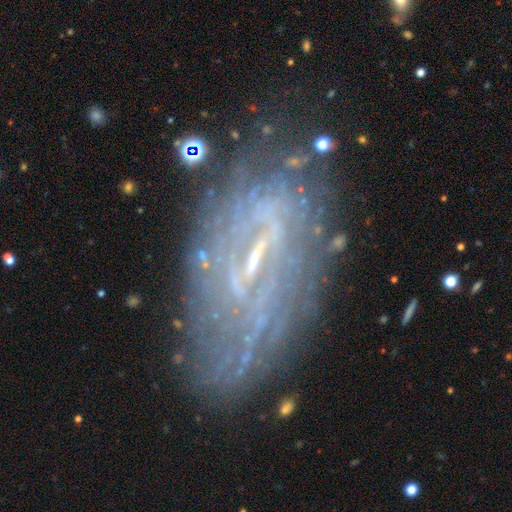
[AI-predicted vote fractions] smooth_or_featured: featured or disk (p=0.67) [alt: smooth p=0.19]
disk_edge_on: no (p=0.86) [alt: yes p=0.14]
bar: weak (p=0.40) [alt: strong p=0.31]
has_spiral_arms: yes (p=0.51) [alt: no p=0.49]
bulge_size: small (p=0.56) [alt: none p=0.30]
merging: none (p=0.63) [alt: minor disturbance p=0.21]